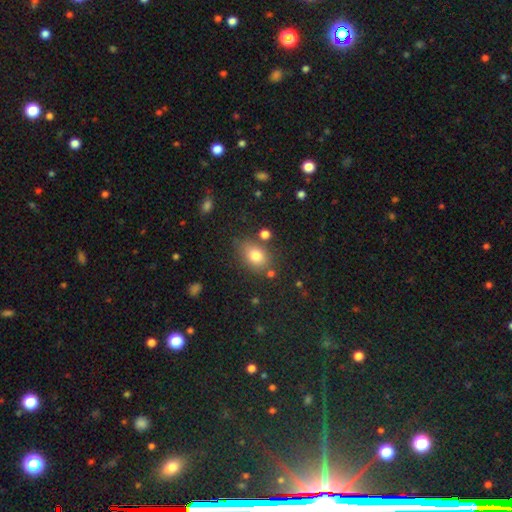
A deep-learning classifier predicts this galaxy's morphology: type=smooth (79%); roundness=in between (68%); merging=none (73%).